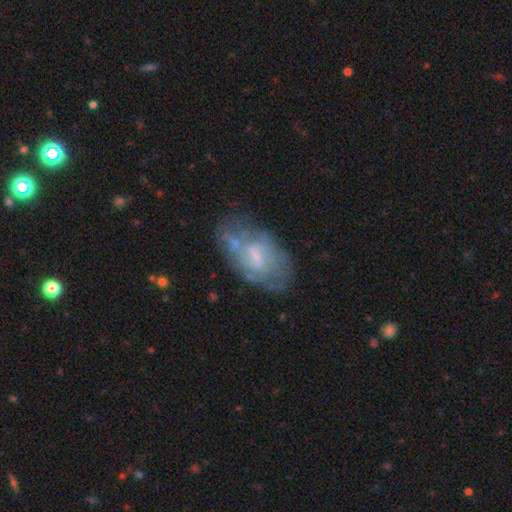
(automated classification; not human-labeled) smooth-or-featured: featured or disk: 65% | smooth: 27% | star or artifact: 8%
  disk-edge-on: no: 95% | yes: 5%
    bar: weak: 51% | no: 37% | strong: 12%
    has-spiral-arms: yes: 62% | no: 38%
    bulge-size: small: 45% | moderate: 28% | none: 23% | large: 3% | dominant: 1%
  merging: none: 57% | minor disturbance: 24% | major disturbance: 13% | merger: 5%